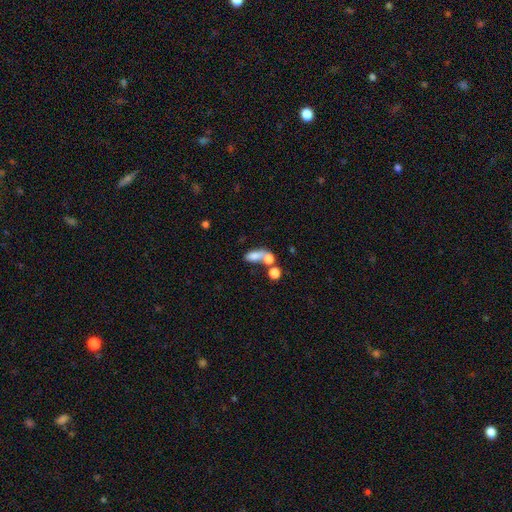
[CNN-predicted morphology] smooth_or_featured: smooth (p=0.70) [alt: featured or disk p=0.18]
how_rounded: in between (p=0.73) [alt: round p=0.17]
merging: merger (p=0.50) [alt: none p=0.26]